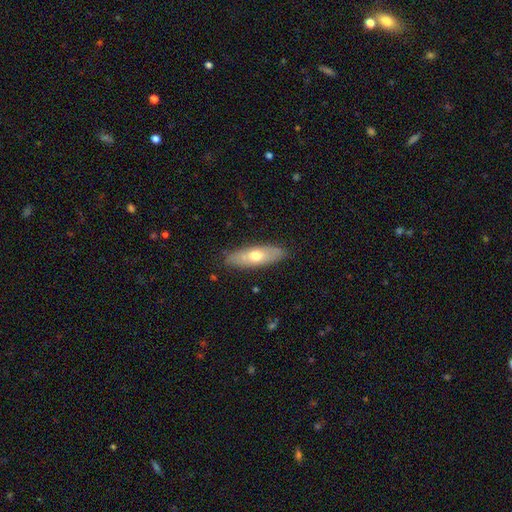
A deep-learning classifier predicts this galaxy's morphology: This appears to be a smooth galaxy with no disk features (58%) that is in between round and cigar-shaped (59%). Merging: none (83%).